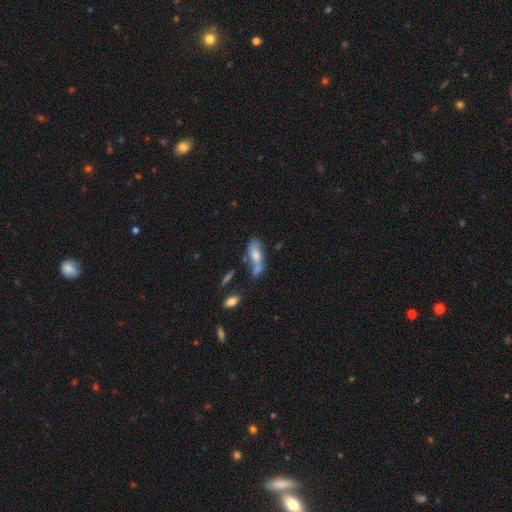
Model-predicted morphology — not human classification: Overall: smooth (65%; featured or disk 27%). How rounded: in between (80%). Merging: none (35%; merger 32%).